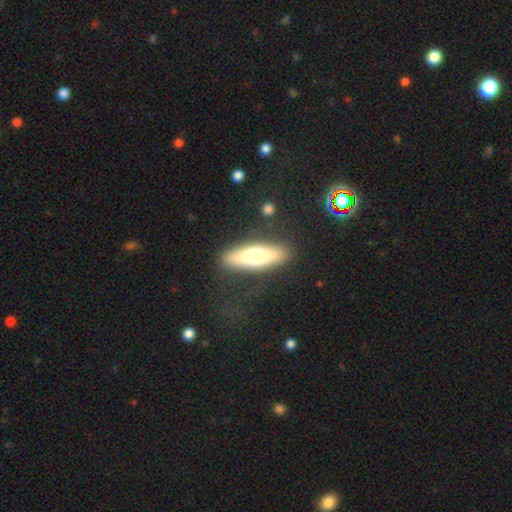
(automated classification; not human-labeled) This is likely a smooth galaxy (61%). How rounded: possibly cigar-shaped (51%). Merging: clearly none (83%).